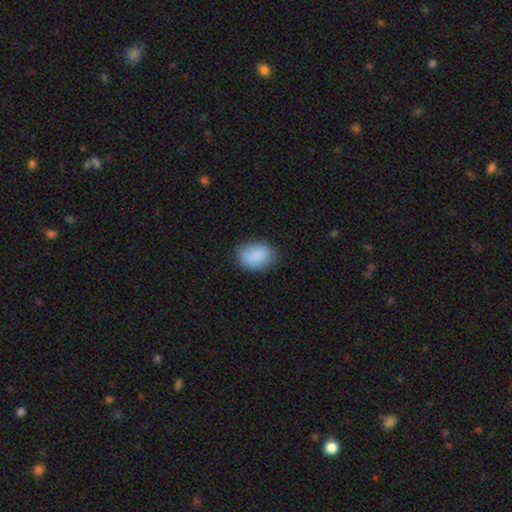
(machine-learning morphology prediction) Overall: smooth (88%). How rounded: in between (72%). Merging: none (83%).